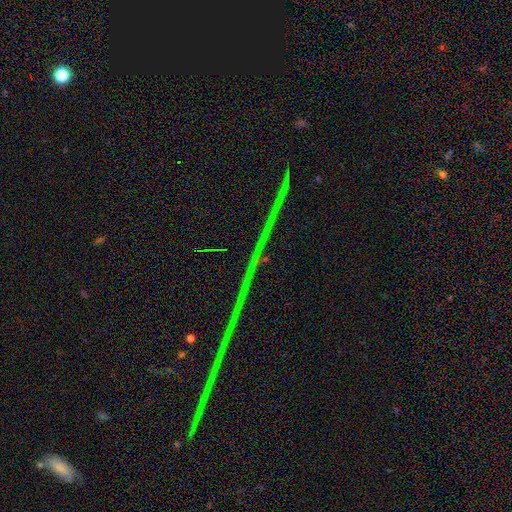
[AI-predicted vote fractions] This is clearly a star or artifact rather than a galaxy (83%).